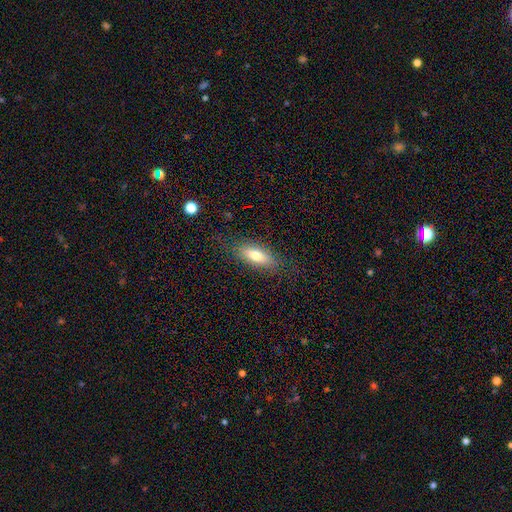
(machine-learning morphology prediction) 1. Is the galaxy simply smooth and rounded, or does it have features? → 72% smooth, 21% featured or disk, 7% star or artifact.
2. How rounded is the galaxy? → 71% in between, 26% cigar-shaped, 3% round.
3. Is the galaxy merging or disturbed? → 79% none, 14% minor disturbance, 5% major disturbance, 1% merger.